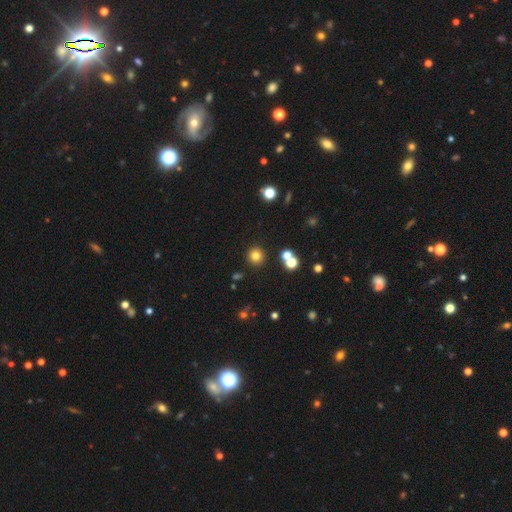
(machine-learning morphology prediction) A smooth galaxy with no disk features (78%) that is round (93%). Merging: none (87%).